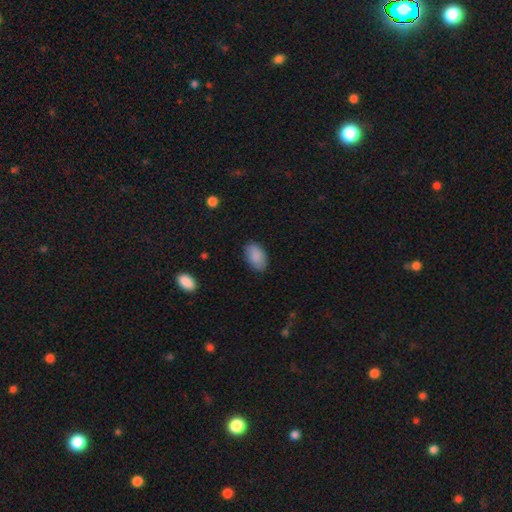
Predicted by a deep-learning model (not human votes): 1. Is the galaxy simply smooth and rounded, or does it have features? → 88% smooth, 7% star or artifact, 6% featured or disk.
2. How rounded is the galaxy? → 93% in between, 6% round, 1% cigar-shaped.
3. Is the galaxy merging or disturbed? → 82% none, 13% minor disturbance, 3% major disturbance, 1% merger.